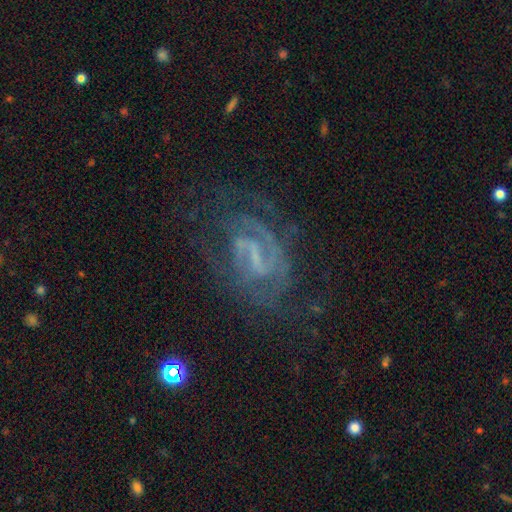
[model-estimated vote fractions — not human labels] smooth_or_featured: featured or disk (p=0.78) [alt: star or artifact p=0.12]
disk_edge_on: no (p=0.96) [alt: yes p=0.04]
bar: weak (p=0.43) [alt: strong p=0.37]
has_spiral_arms: yes (p=0.89) [alt: no p=0.11]
spiral_winding: tight (p=0.49) [alt: medium p=0.39]
spiral_arm_count: 2 (p=0.51) [alt: can't tell p=0.27]
bulge_size: none (p=0.43) [alt: small p=0.38]
merging: none (p=0.62) [alt: minor disturbance p=0.18]